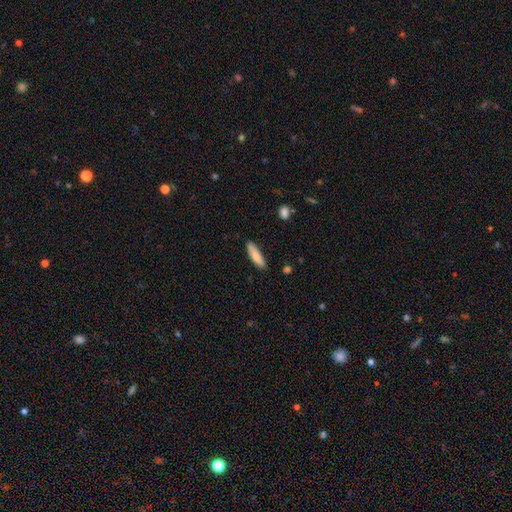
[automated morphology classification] The model was most divided on "how rounded": cigar-shaped: 68%, in between: 31%, round: 2%. More confident: merging — none (86%); smooth or featured — smooth (81%).